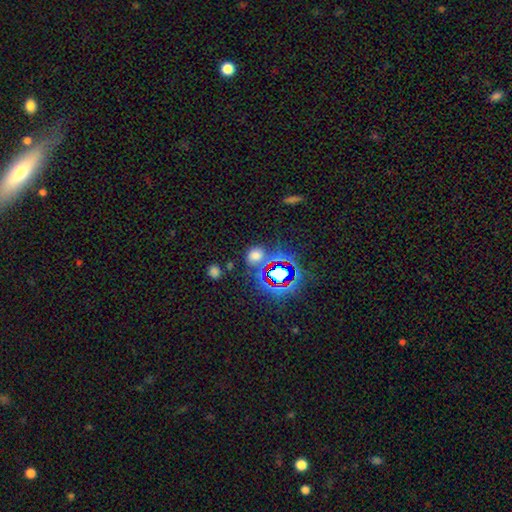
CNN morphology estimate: A smooth galaxy with no disk features (51%) that is round (60%).

Vote fractions:
- Smooth or featured? smooth: 51% / star or artifact: 40% / featured or disk: 8%
- How rounded? round: 60% / in between: 38% / cigar-shaped: 2%
- Merging? none: 65% / minor disturbance: 15% / merger: 12% / major disturbance: 8%